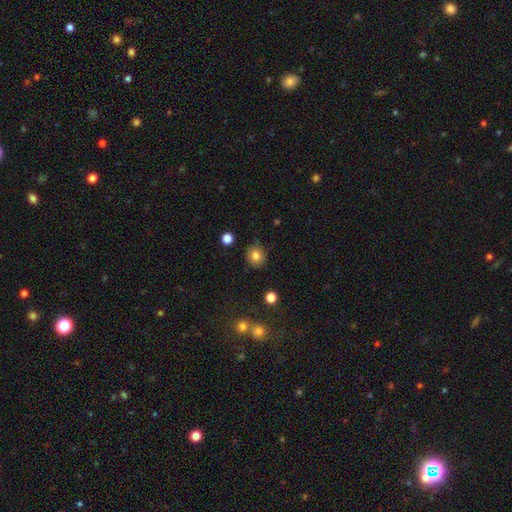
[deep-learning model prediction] Smooth or featured? Predicted: smooth (p=0.80). How rounded? Predicted: round (p=0.80). Merging? Predicted: none (p=0.80).